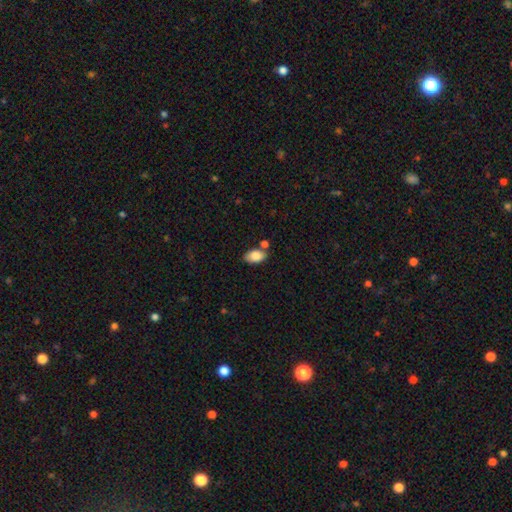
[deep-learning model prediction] smooth_or_featured: smooth (p=0.85) [alt: featured or disk p=0.08]
how_rounded: in between (p=0.92) [alt: round p=0.06]
merging: none (p=0.66) [alt: merger p=0.15]